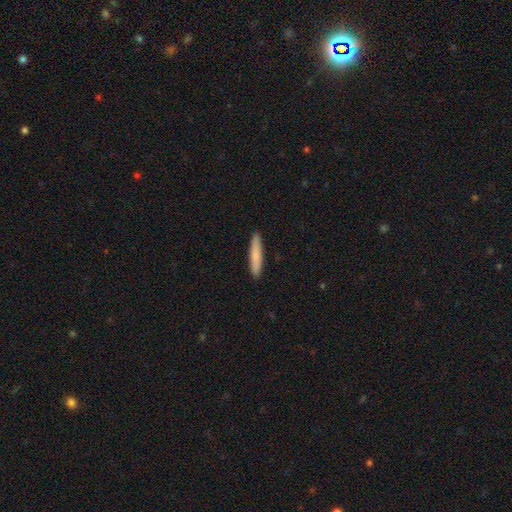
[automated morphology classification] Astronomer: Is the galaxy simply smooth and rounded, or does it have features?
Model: smooth — 80%.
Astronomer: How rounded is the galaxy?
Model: cigar-shaped — 91%.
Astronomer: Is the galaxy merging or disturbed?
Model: none — 91%.